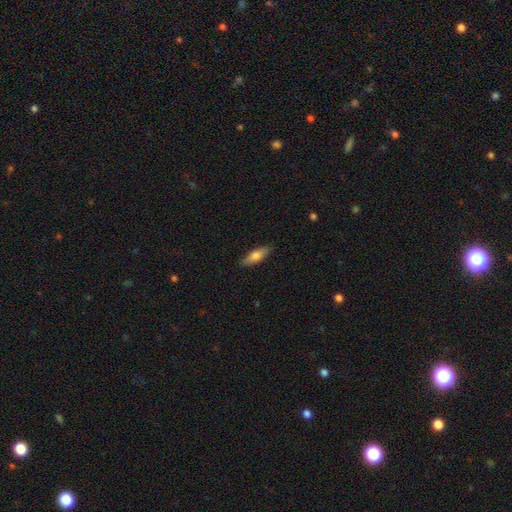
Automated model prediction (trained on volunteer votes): A smooth galaxy with no disk features (73%) that is in between round and cigar-shaped (59%).

Vote fractions:
- Smooth or featured? smooth: 73% / featured or disk: 21% / star or artifact: 6%
- How rounded? in between: 59% / cigar-shaped: 38% / round: 2%
- Merging? none: 87% / minor disturbance: 10% / major disturbance: 2% / merger: 1%